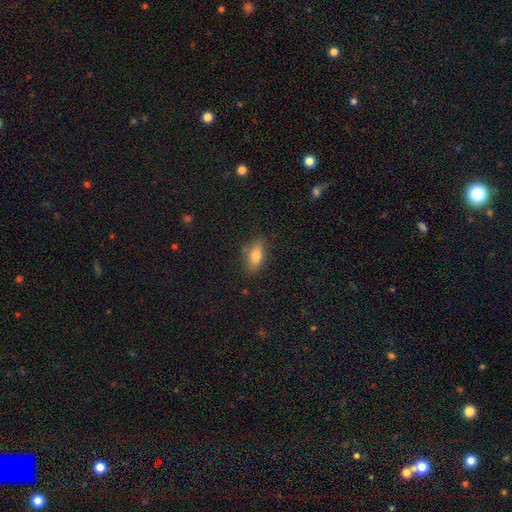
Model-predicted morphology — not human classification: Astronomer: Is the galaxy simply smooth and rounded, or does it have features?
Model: smooth — 79%.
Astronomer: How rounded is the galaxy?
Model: in between — 84%.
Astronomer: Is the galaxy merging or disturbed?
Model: none — 80%.